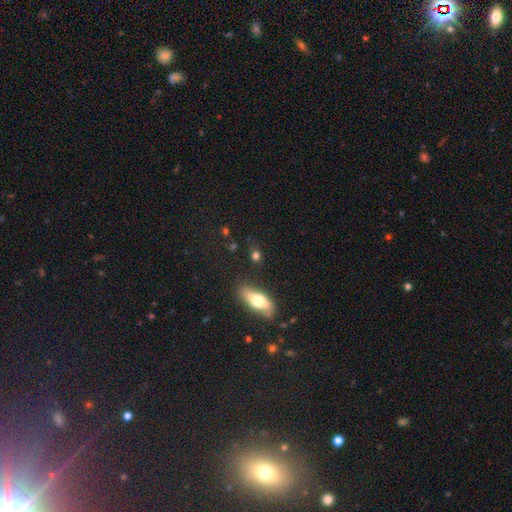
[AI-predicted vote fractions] Smooth or featured?
  - smooth: 72% *
  - featured or disk: 15%
  - star or artifact: 13%
How rounded?
  - round: 44% *
  - in between: 42%
  - cigar-shaped: 14%
Merging?
  - none: 72% *
  - minor disturbance: 14%
  - merger: 7%
  - major disturbance: 6%